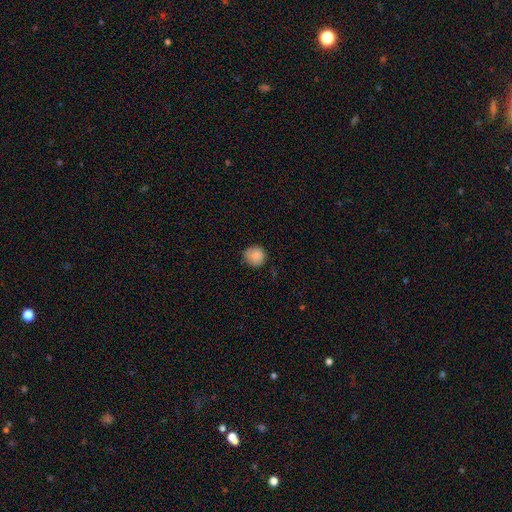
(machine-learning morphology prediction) Overall: smooth (87%). How rounded: round (91%). Merging: none (80%).